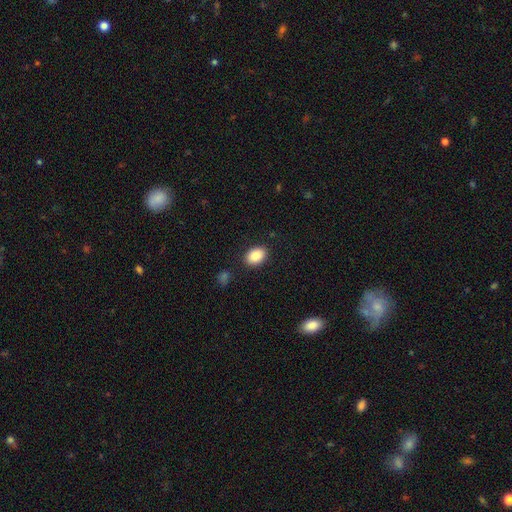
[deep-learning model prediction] smooth-or-featured: smooth: 88% | star or artifact: 7% | featured or disk: 5%
  how-rounded: in between: 83% | round: 16% | cigar-shaped: 1%
  merging: none: 87% | minor disturbance: 9% | major disturbance: 3% | merger: 2%